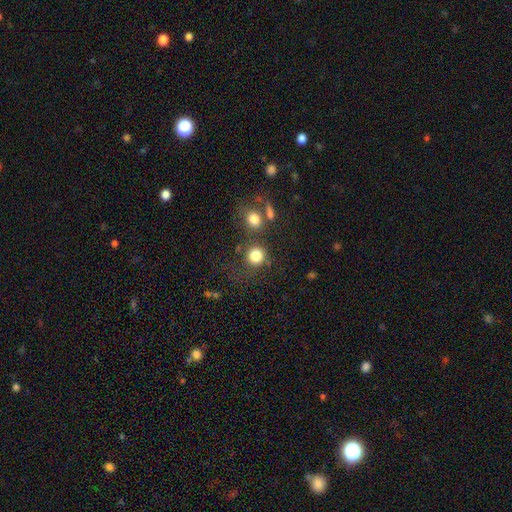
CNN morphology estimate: Overall: smooth (82%). How rounded: round (90%). Merging: none (67%).